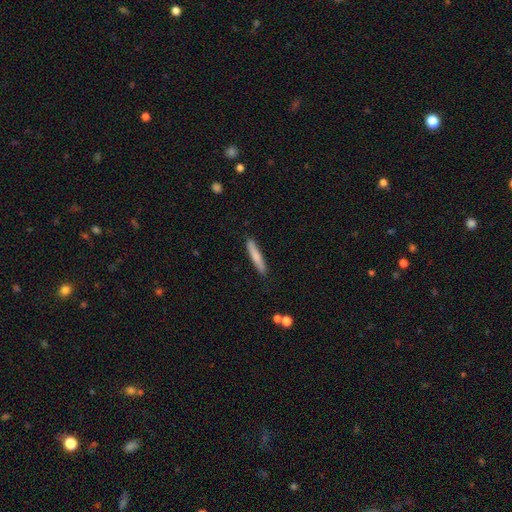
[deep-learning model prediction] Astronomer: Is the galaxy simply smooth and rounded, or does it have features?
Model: smooth — 76%.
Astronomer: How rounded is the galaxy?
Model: cigar-shaped — 93%.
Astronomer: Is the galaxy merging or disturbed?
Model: none — 88%.